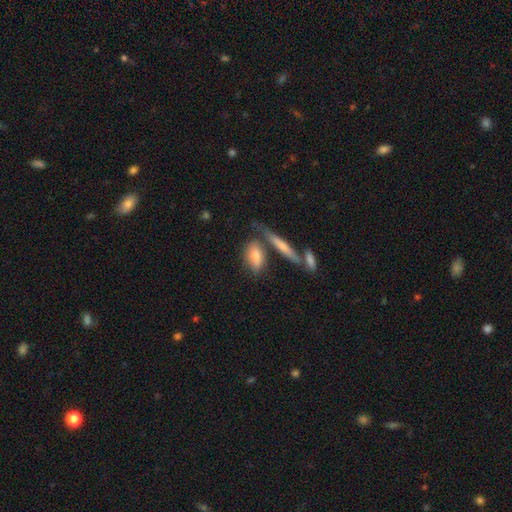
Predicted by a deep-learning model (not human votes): This appears to be a smooth galaxy with no disk features (70%) that is in between round and cigar-shaped (63%). Merging: none (53%).